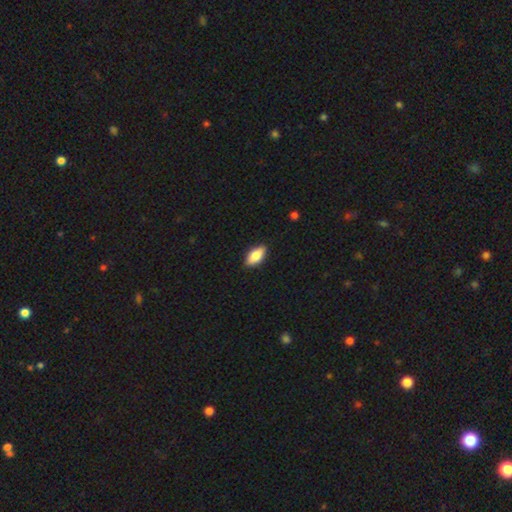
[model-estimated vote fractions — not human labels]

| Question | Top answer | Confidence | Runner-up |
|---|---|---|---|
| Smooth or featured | smooth | 80% | featured or disk (14%) |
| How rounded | in between | 87% | cigar-shaped (10%) |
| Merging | none | 88% | minor disturbance (10%) |